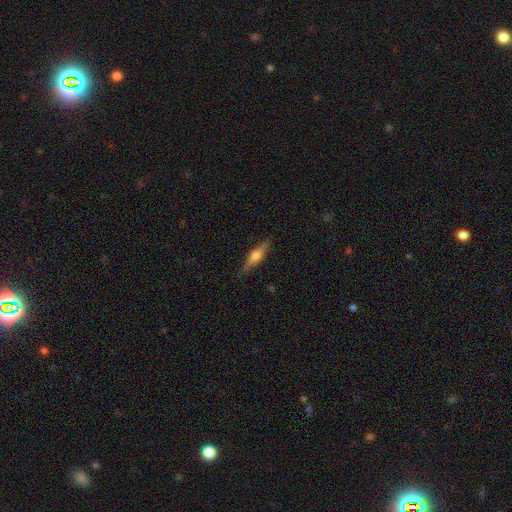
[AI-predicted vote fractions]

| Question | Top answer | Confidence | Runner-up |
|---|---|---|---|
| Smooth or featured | featured or disk | 59% | smooth (34%) |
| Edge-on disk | yes | 95% | no (5%) |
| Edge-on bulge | rounded | 87% | boxy (10%) |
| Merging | none | 85% | minor disturbance (11%) |